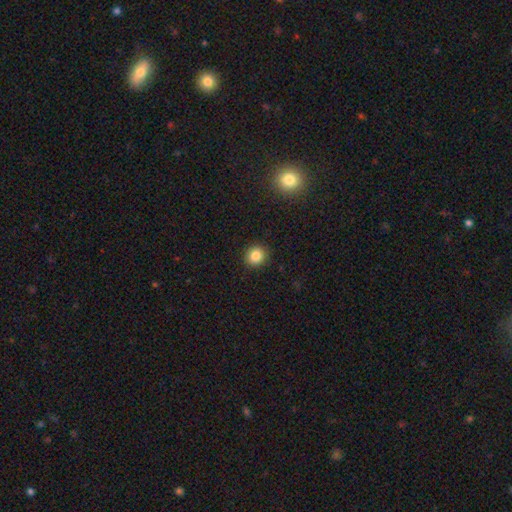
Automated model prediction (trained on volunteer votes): Smooth or featured: smooth — 83% (star or artifact — 11%)
How rounded: round — 87% (in between — 12%)
Merging: none — 91% (minor disturbance — 6%)